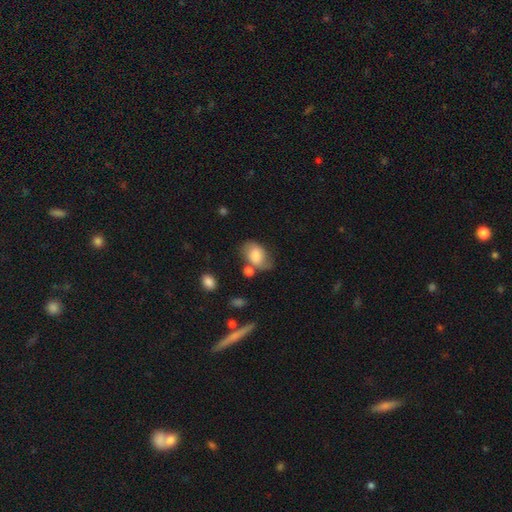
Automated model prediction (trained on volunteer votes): This is likely a smooth galaxy (72%). How rounded: clearly in between (85%). Merging: possibly none (51%).